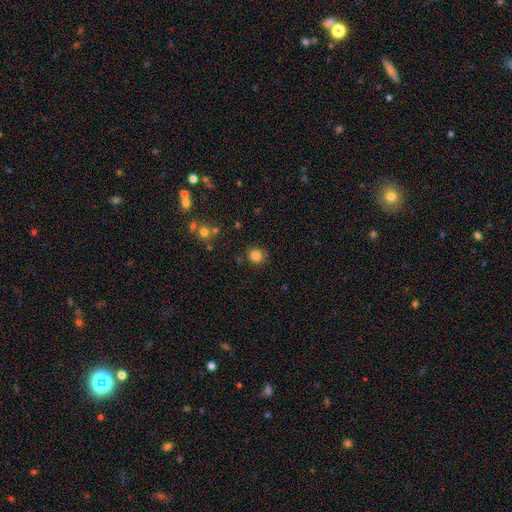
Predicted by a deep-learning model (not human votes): A smooth galaxy with no disk features (83%) that is round (90%).

Vote fractions:
- Smooth or featured? smooth: 83% / star or artifact: 12% / featured or disk: 5%
- How rounded? round: 90% / in between: 9% / cigar-shaped: 1%
- Merging? none: 82% / minor disturbance: 11% / merger: 3% / major disturbance: 3%